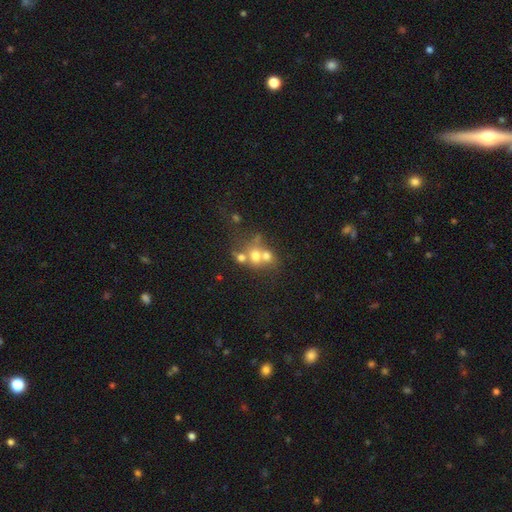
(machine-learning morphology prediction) smooth 58%, featured or disk 26%, star or artifact 16%. Down the decision tree: how rounded — round (68%); merging — merger (58%).